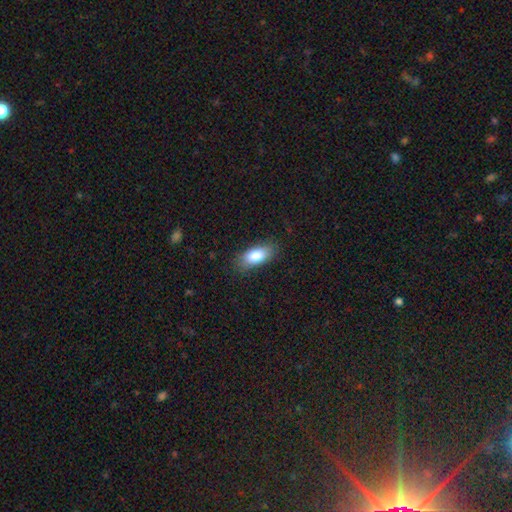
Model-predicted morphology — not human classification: Q: Smooth or featured?
A: smooth (84%); runner-up: featured or disk (10%)
Q: How rounded?
A: in between (85%); runner-up: cigar-shaped (12%)
Q: Merging?
A: none (82%); runner-up: minor disturbance (13%)